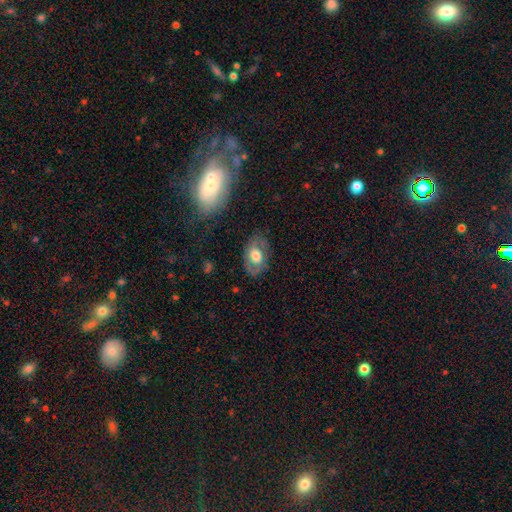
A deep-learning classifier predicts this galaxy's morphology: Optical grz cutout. It shows a smooth galaxy with no disk features (48%). Merging: none (74%).